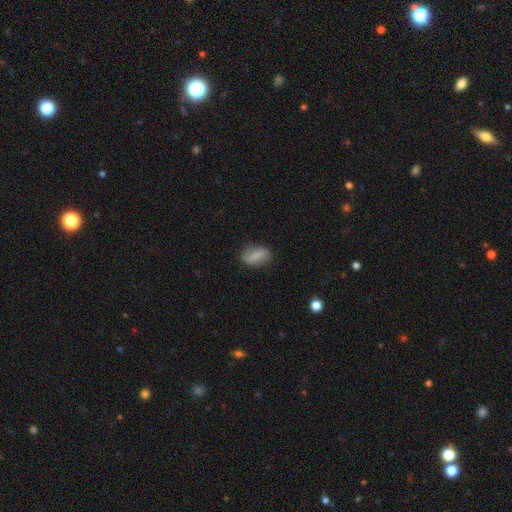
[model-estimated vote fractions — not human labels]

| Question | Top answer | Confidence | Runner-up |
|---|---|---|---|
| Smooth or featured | smooth | 80% | featured or disk (12%) |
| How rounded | in between | 86% | round (9%) |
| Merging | none | 82% | minor disturbance (14%) |